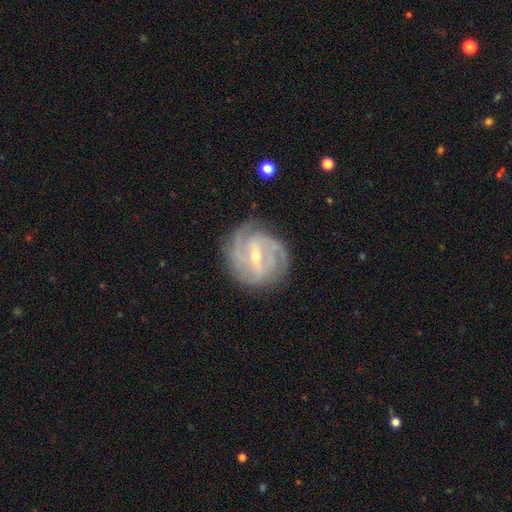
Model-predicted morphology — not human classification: featured or disk 89%, smooth 6%, star or artifact 5%. Down the decision tree: edge-on disk — no (97%); bar — weak (44%); spiral arms — yes (97%); spiral arm count — 3 (36%); spiral winding — tight (56%); bulge size — small (57%); merging — none (78%).